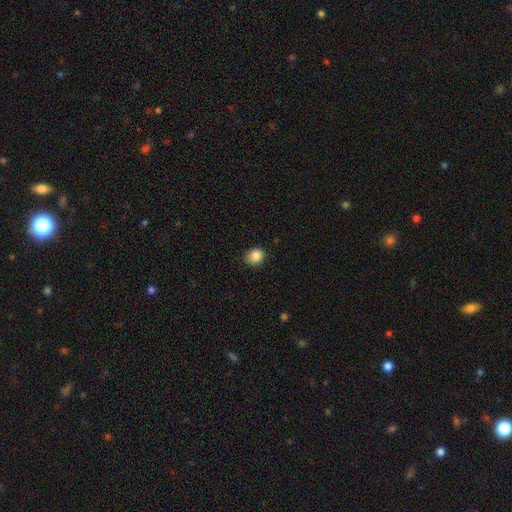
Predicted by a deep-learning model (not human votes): This is clearly a smooth galaxy (87%). How rounded: likely round (67%). Merging: likely none (79%).